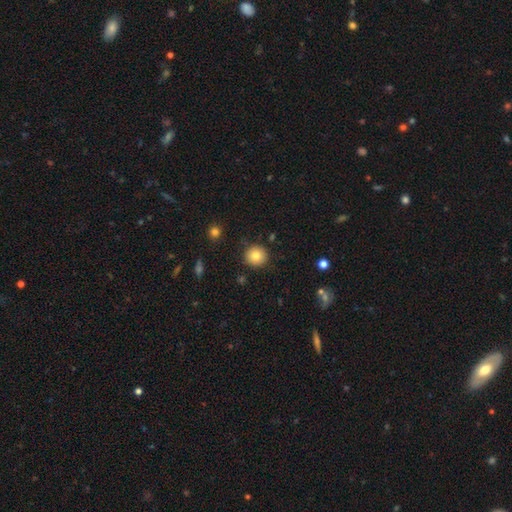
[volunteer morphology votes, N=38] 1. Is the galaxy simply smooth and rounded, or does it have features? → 79% smooth, 13% featured or disk, 8% star or artifact.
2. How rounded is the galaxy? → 87% round, 13% in between, 0% cigar-shaped.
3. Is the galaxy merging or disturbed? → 97% none, 3% minor disturbance, 0% major disturbance, 0% merger.